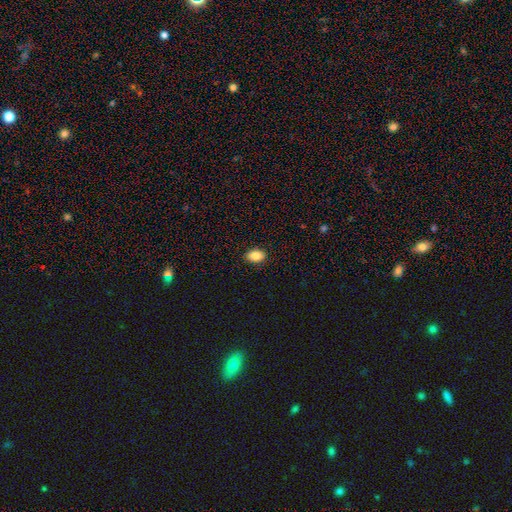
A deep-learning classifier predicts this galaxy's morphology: A smooth galaxy with no disk features (85%) that is in between round and cigar-shaped (82%). Merging: none (90%).